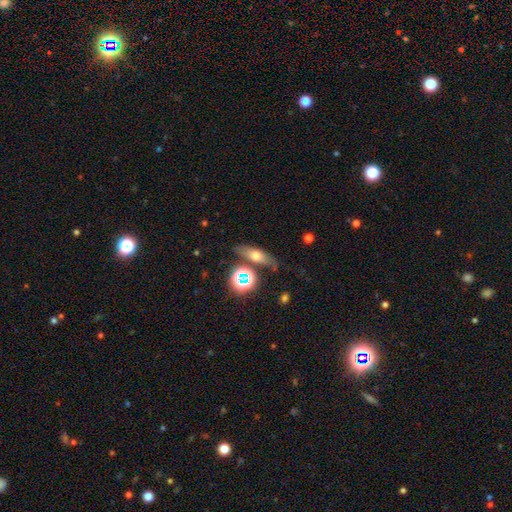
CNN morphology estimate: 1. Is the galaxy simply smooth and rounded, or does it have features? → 49% smooth, 35% featured or disk, 16% star or artifact.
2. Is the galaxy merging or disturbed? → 73% none, 15% minor disturbance, 7% merger, 5% major disturbance.